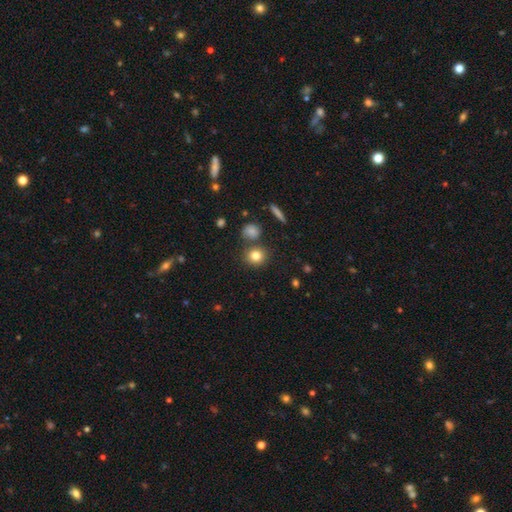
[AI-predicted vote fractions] This appears to be a smooth galaxy with no disk features (81%) that is round (84%). Merging: none (77%).